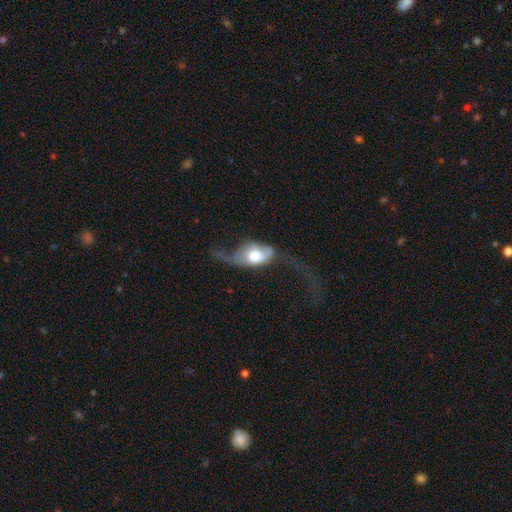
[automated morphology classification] A smooth galaxy with no disk features (52%) that is in between round and cigar-shaped (85%).

Vote fractions:
- Smooth or featured? smooth: 52% / featured or disk: 42% / star or artifact: 6%
- How rounded? in between: 85% / round: 11% / cigar-shaped: 4%
- Merging? major disturbance: 53% / minor disturbance: 20% / none: 20% / merger: 6%